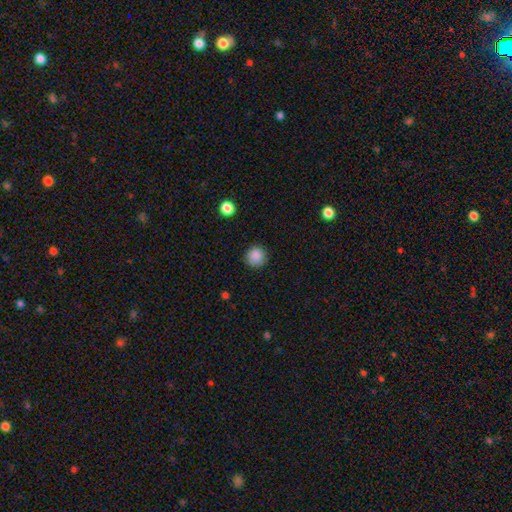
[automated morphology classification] A smooth galaxy with no disk features (87%) that is round (94%). Merging: none (89%).